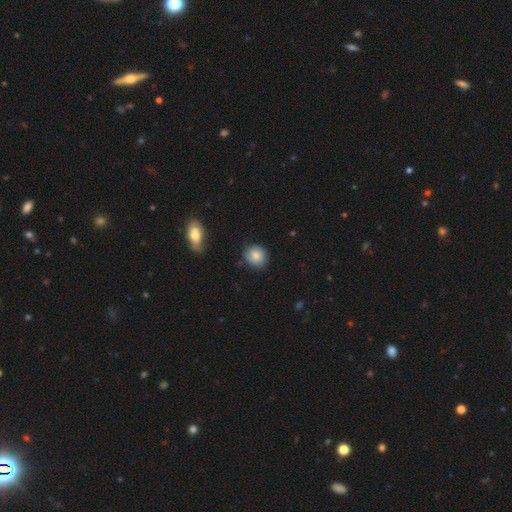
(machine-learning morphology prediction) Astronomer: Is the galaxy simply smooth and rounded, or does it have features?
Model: smooth — 82%.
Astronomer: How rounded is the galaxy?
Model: round — 80%.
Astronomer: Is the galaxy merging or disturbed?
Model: none — 78%.